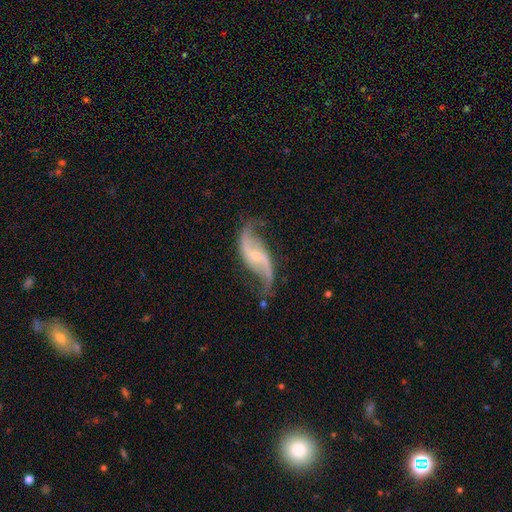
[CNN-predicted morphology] Smooth or featured? featured or disk (90%)
Edge-on disk? no (96%)
Bar? weak (40%)
Spiral arms? yes (96%)
Spiral winding? loose (83%)
Spiral arm count? 2 (94%)
Bulge size? small (64%)
Merging? none (70%)